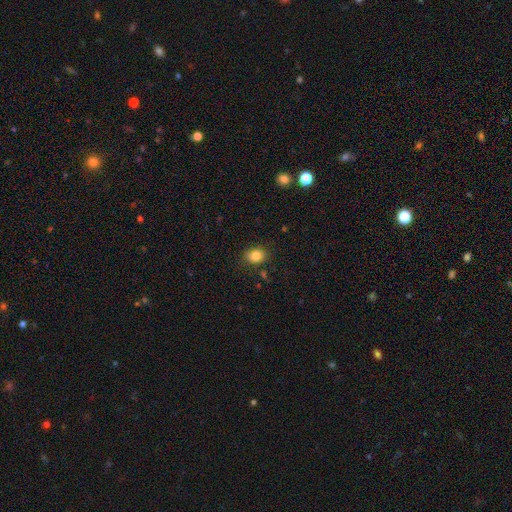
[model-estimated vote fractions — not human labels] This is clearly a smooth galaxy (83%). How rounded: possibly in between (54%). Merging: clearly none (85%).